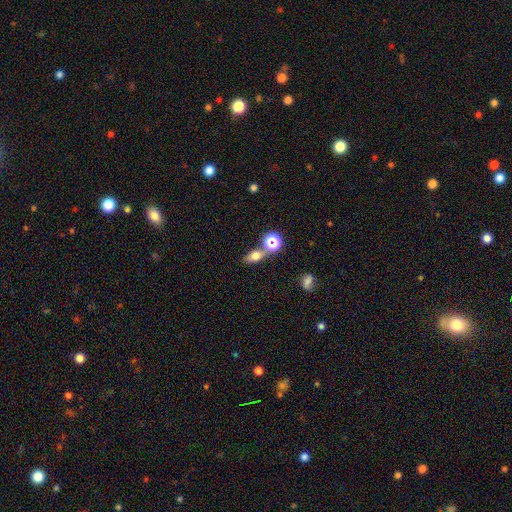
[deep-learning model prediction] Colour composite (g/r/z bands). It shows a smooth galaxy with no disk features (63%) that is in between round and cigar-shaped (65%). Merging: none (63%).